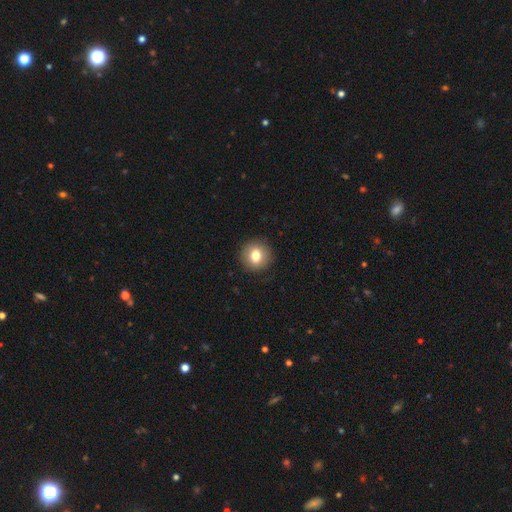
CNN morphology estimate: The model was most divided on "smooth or featured": smooth: 77%, featured or disk: 13%, star or artifact: 9%. More confident: merging — none (90%); how rounded — round (87%).